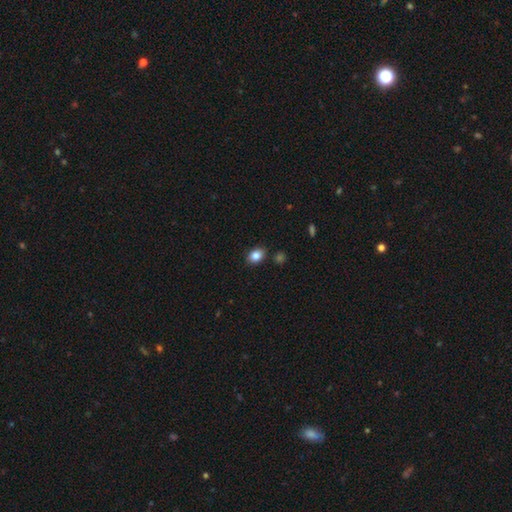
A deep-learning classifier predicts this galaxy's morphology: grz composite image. It shows a smooth galaxy with no disk features (84%) that is in between round and cigar-shaped (67%). Merging: none (85%).